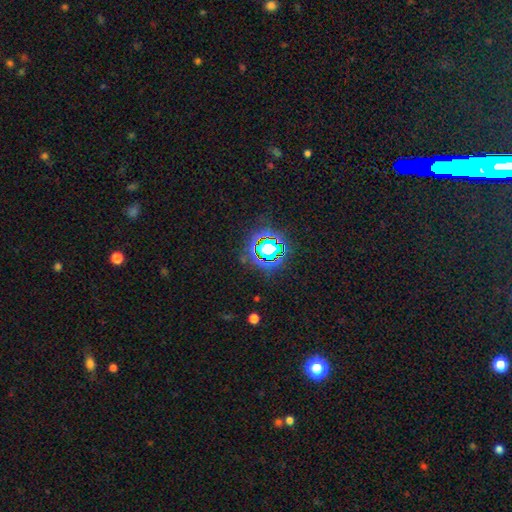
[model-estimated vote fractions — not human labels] Q: Smooth or featured?
A: star or artifact (81%); runner-up: smooth (11%)